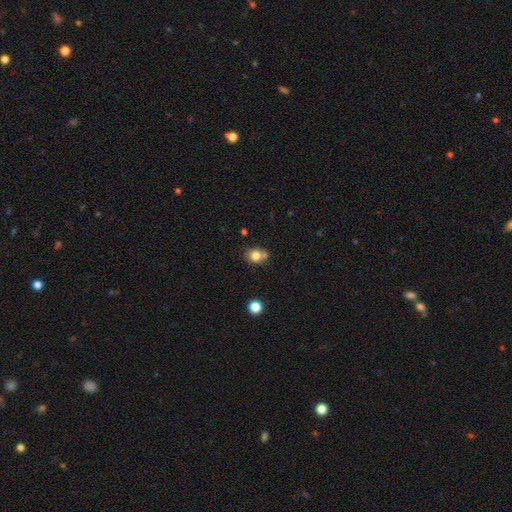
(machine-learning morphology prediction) Smooth or featured? smooth (79%)
How rounded? round (71%)
Merging? none (59%)